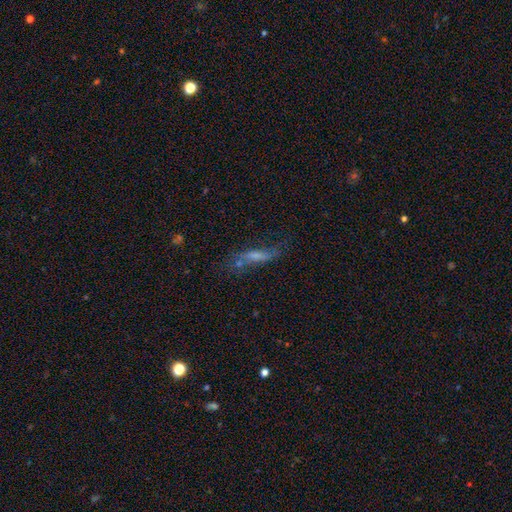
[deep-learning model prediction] smooth_or_featured: featured or disk (p=0.47) [alt: smooth p=0.37]
merging: none (p=0.53) [alt: minor disturbance p=0.24]